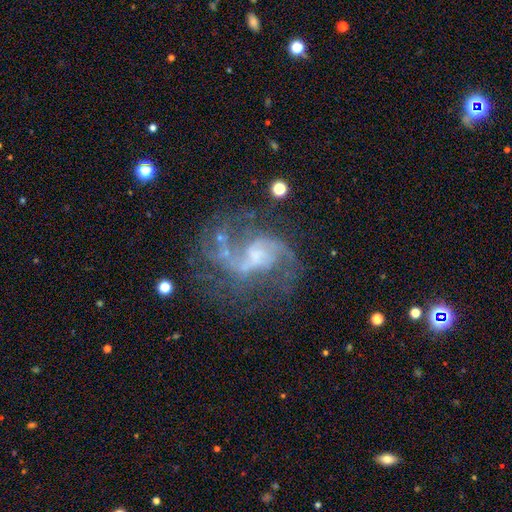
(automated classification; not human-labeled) smooth_or_featured: featured or disk (p=0.85) [alt: star or artifact p=0.09]
disk_edge_on: no (p=0.98) [alt: yes p=0.02]
bar: no (p=0.48) [alt: weak p=0.43]
has_spiral_arms: yes (p=0.91) [alt: no p=0.09]
spiral_winding: medium (p=0.45) [alt: loose p=0.43]
spiral_arm_count: 2 (p=0.66) [alt: can't tell p=0.12]
bulge_size: small (p=0.44) [alt: moderate p=0.27]
merging: none (p=0.51) [alt: major disturbance p=0.26]